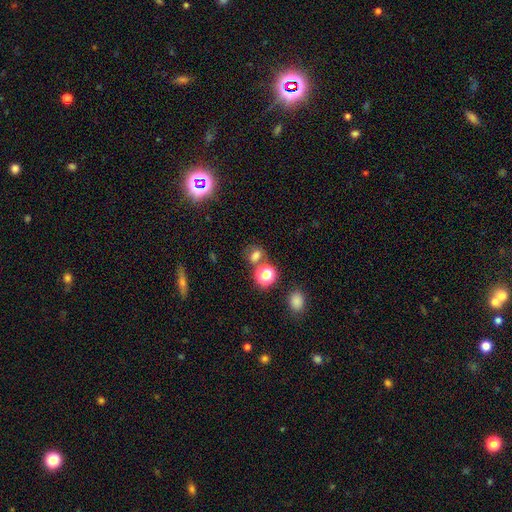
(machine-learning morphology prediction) smooth_or_featured: smooth (p=0.67) [alt: star or artifact p=0.24]
how_rounded: round (p=0.50) [alt: in between p=0.48]
merging: none (p=0.61) [alt: merger p=0.21]